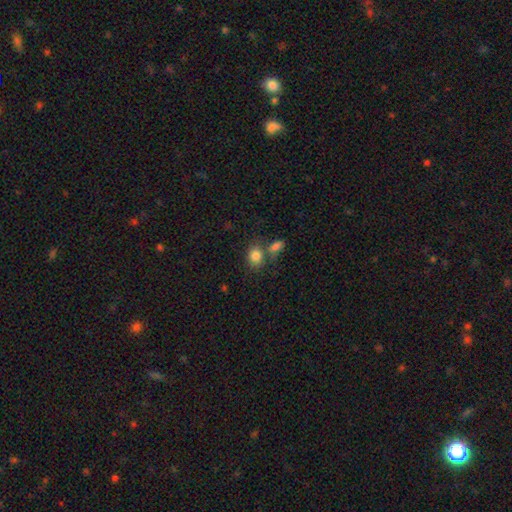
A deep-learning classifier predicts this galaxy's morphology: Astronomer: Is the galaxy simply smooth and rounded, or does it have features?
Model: smooth — 84%.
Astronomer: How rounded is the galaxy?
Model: in between — 55% (runner-up: round, 43%).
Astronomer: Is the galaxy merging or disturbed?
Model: none — 52% (runner-up: merger, 30%).